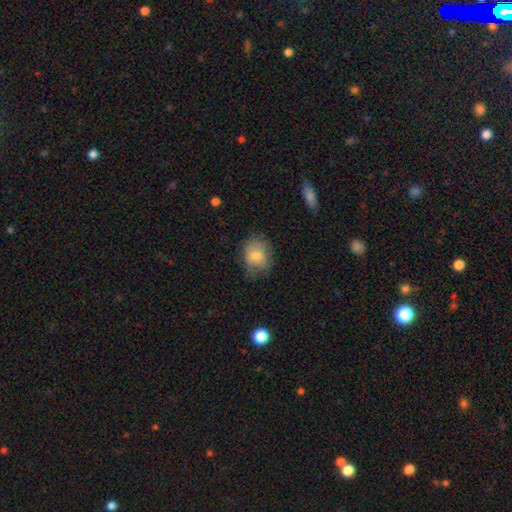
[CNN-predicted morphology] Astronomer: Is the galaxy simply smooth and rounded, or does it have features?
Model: smooth — 76%.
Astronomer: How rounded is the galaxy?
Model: round — 52% (runner-up: in between, 47%).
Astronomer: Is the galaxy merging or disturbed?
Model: none — 70%.